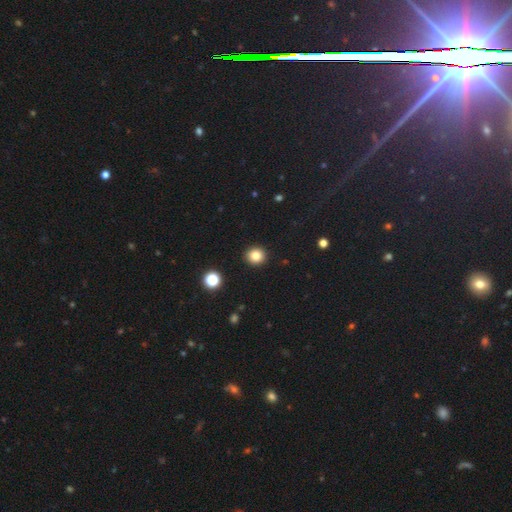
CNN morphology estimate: Smooth or featured?
  - smooth: 83% *
  - star or artifact: 12%
  - featured or disk: 5%
How rounded?
  - round: 88% *
  - in between: 11%
  - cigar-shaped: 1%
Merging?
  - none: 92% *
  - minor disturbance: 5%
  - major disturbance: 2%
  - merger: 1%